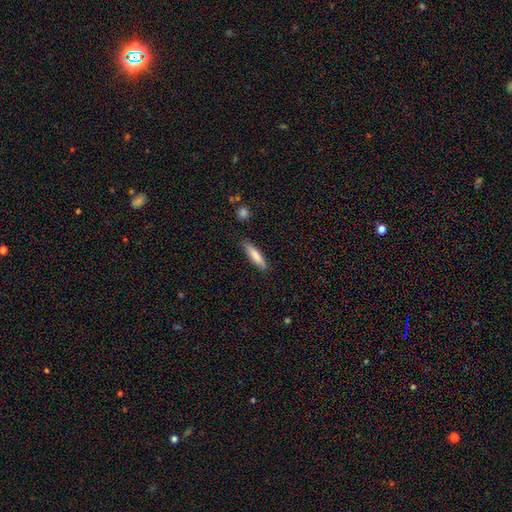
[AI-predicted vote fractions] This is likely a smooth galaxy (79%). How rounded: clearly cigar-shaped (83%). Merging: clearly none (85%).